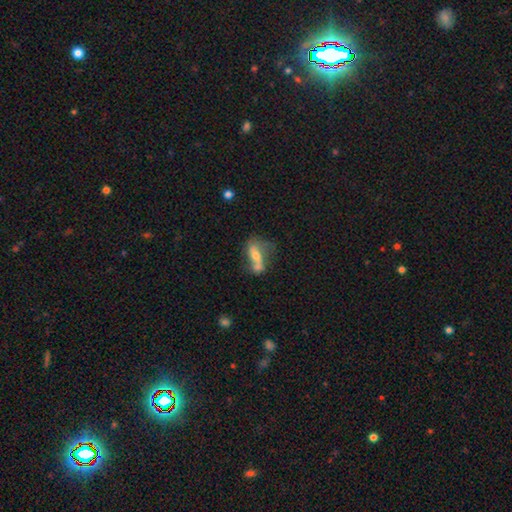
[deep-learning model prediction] This appears to be a featured or disk galaxy (45%, tied with smooth). Merging: merger (46%).